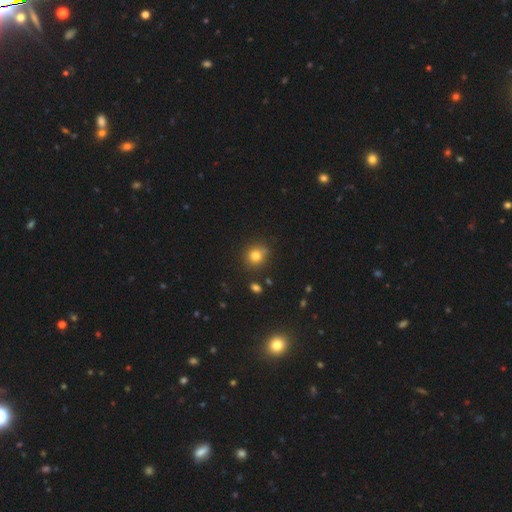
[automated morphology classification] smooth 79%, star or artifact 13%, featured or disk 8%. Down the decision tree: how rounded — round (83%); merging — none (77%).